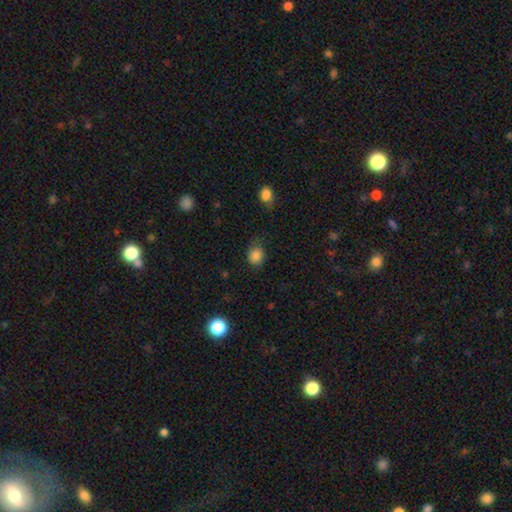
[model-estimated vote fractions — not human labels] Smooth or featured? Predicted: smooth (p=0.85). How rounded? Predicted: round (p=0.71). Merging? Predicted: none (p=0.69).